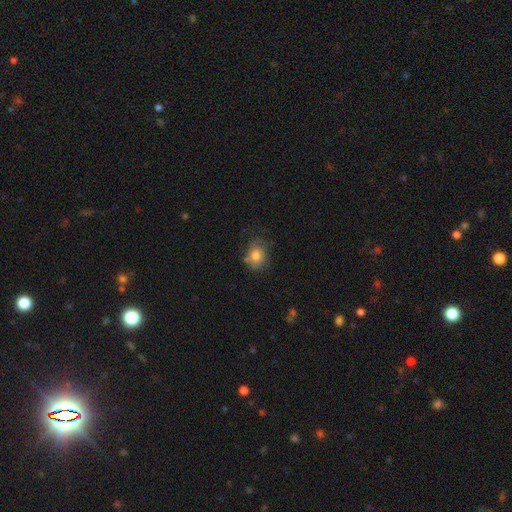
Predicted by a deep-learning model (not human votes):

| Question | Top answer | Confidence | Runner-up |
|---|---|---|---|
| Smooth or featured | smooth | 70% | featured or disk (22%) |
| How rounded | in between | 52% | round (47%) |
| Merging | none | 59% | minor disturbance (26%) |